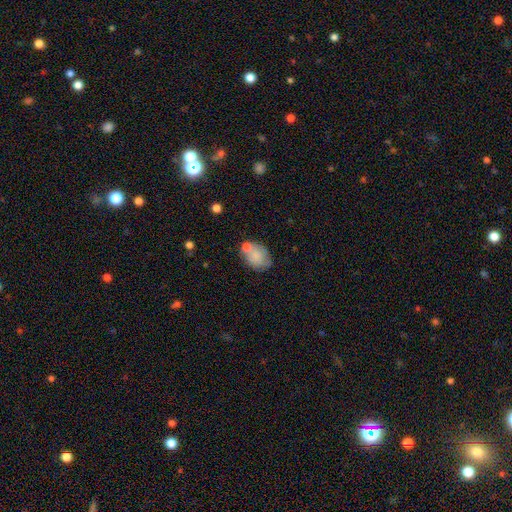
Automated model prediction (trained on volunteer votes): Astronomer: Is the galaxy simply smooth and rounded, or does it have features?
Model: smooth — 75%.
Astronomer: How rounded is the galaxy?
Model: in between — 73%.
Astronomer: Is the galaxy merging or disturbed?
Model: none — 50%.